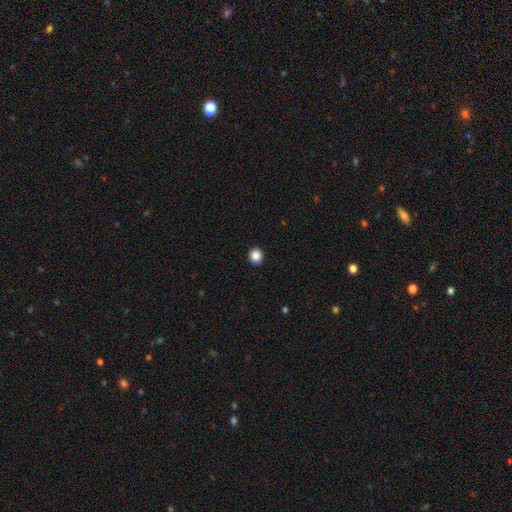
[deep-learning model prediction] smooth 87%, star or artifact 10%, featured or disk 3%. Down the decision tree: how rounded — round (83%); merging — none (93%).